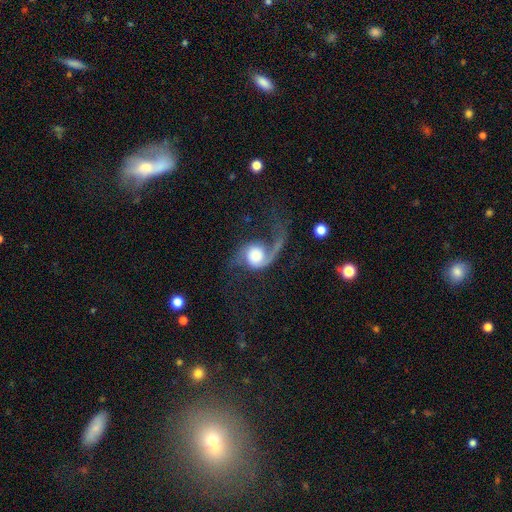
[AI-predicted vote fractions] Smooth or featured?
  - featured or disk: 79% *
  - smooth: 14%
  - star or artifact: 6%
Edge-on disk?
  - no: 98% *
  - yes: 2%
Bar?
  - no: 72% *
  - weak: 22%
  - strong: 6%
Spiral arms?
  - yes: 96% *
  - no: 4%
Spiral winding?
  - loose: 74% *
  - medium: 20%
  - tight: 5%
Spiral arm count?
  - 2: 64% *
  - 1: 32%
  - can't tell: 2%
  - 3: 1%
  - 4: 1%
  - more than 4: 1%
Bulge size?
  - large: 41% *
  - dominant: 32%
  - moderate: 13%
  - none: 8%
  - small: 7%
Merging?
  - none: 46% *
  - major disturbance: 33%
  - minor disturbance: 17%
  - merger: 4%